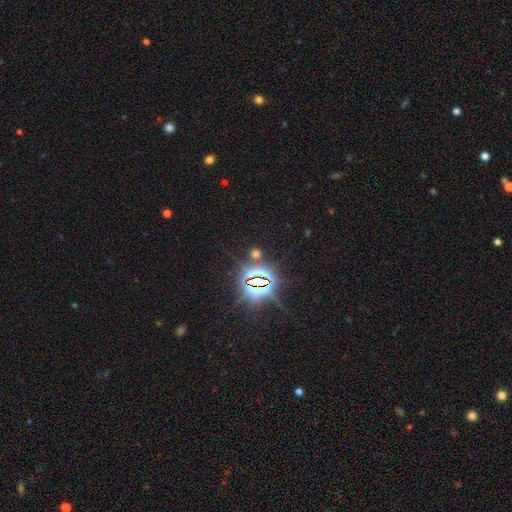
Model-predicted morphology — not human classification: This is clearly a star or artifact rather than a galaxy (84%).